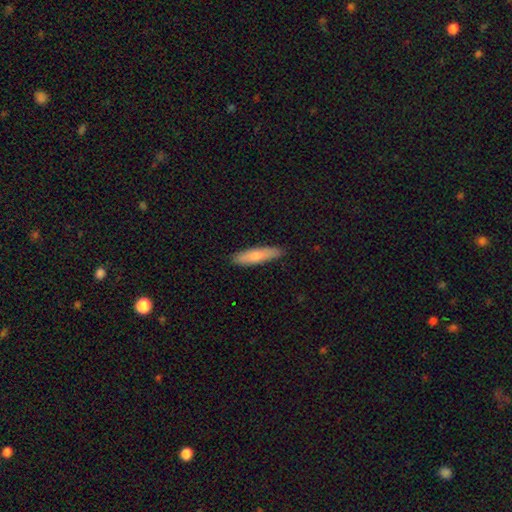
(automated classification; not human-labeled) Q: Smooth or featured?
A: smooth (75%); runner-up: featured or disk (20%)
Q: How rounded?
A: cigar-shaped (76%); runner-up: in between (22%)
Q: Merging?
A: none (88%); runner-up: minor disturbance (9%)